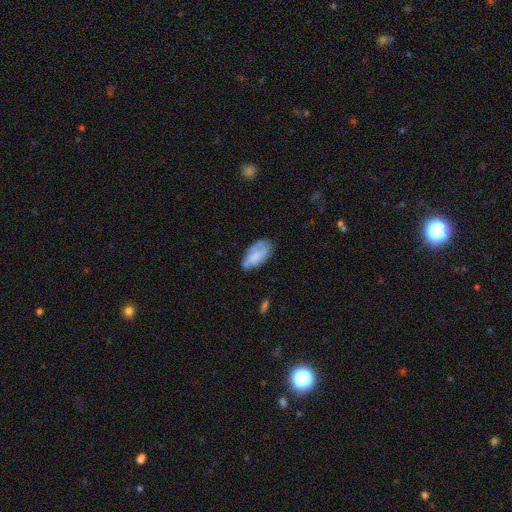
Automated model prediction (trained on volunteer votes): Smooth or featured? Predicted: smooth (p=0.55). How rounded? Predicted: in between (p=0.93). Merging? Predicted: none (p=0.54).